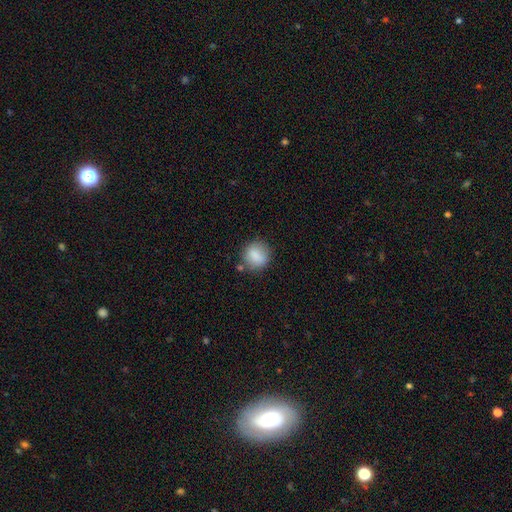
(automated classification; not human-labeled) smooth-or-featured: smooth: 83% | featured or disk: 8% | star or artifact: 8%
  how-rounded: round: 80% | in between: 18% | cigar-shaped: 1%
  merging: none: 76% | minor disturbance: 15% | merger: 5% | major disturbance: 4%